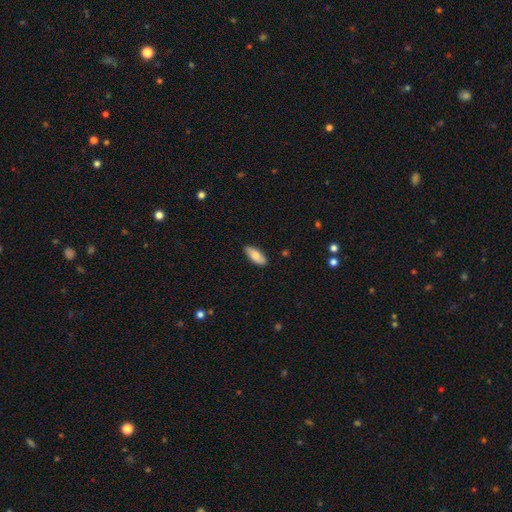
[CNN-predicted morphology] Smooth or featured? Predicted: smooth (p=0.78). How rounded? Predicted: in between (p=0.81). Merging? Predicted: none (p=0.86).